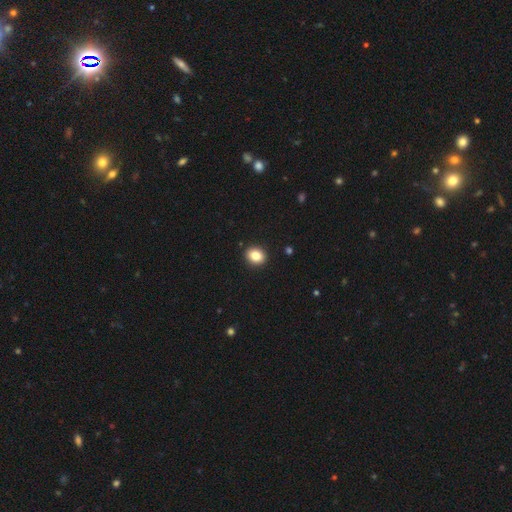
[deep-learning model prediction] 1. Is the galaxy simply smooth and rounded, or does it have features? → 84% smooth, 10% star or artifact, 6% featured or disk.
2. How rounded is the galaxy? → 59% round, 40% in between, 1% cigar-shaped.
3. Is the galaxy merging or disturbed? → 92% none, 5% minor disturbance, 2% major disturbance, 1% merger.